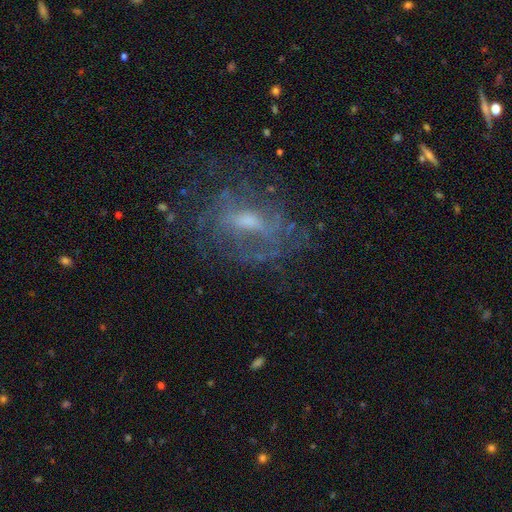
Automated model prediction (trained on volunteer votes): A featured or disk galaxy (63%) with a weak bar (45%), spiral arms (56%) and a moderate central bulge (45%). Merging: none (64%).